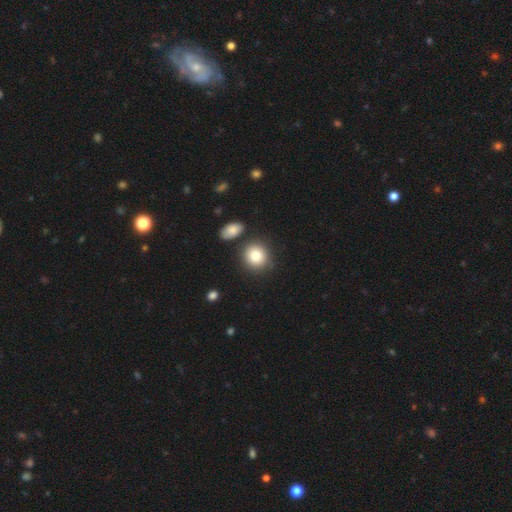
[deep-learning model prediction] smooth-or-featured: smooth: 81% | featured or disk: 10% | star or artifact: 9%
  how-rounded: round: 83% | in between: 16% | cigar-shaped: 1%
  merging: none: 78% | minor disturbance: 10% | merger: 9% | major disturbance: 3%